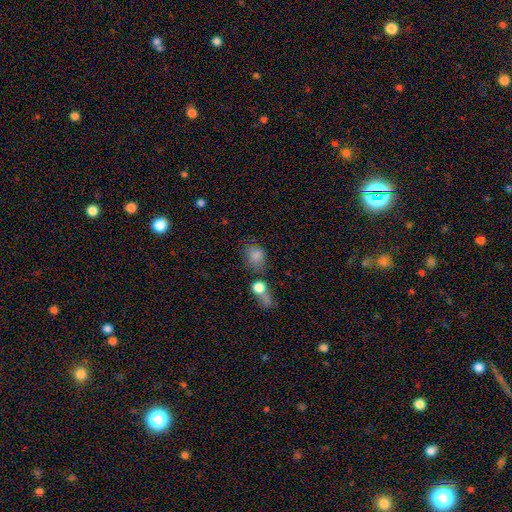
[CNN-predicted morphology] This is likely a smooth galaxy (77%). How rounded: possibly in between (54%). Merging: possibly none (49%).